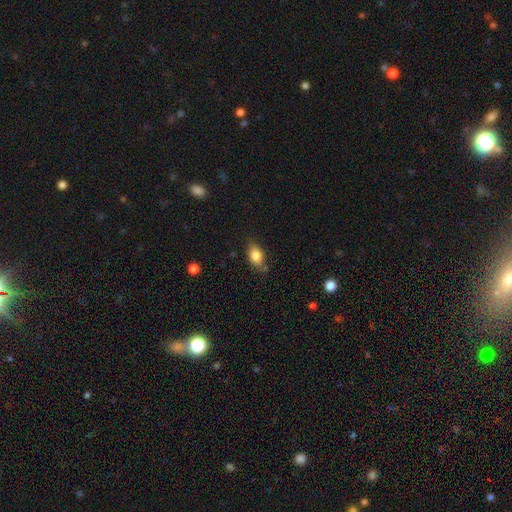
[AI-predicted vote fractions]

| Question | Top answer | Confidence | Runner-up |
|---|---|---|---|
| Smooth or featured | smooth | 84% | featured or disk (8%) |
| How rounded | in between | 86% | round (11%) |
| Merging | none | 75% | minor disturbance (18%) |